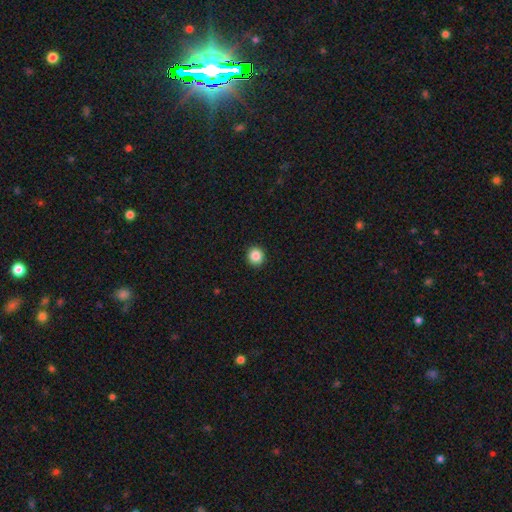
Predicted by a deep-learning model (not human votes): Overall: smooth (87%). How rounded: round (91%). Merging: none (93%).